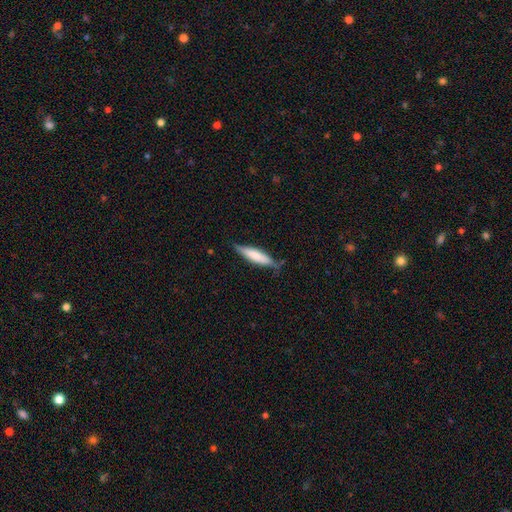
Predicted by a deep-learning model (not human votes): This is likely a smooth galaxy (67%). How rounded: likely cigar-shaped (75%). Merging: likely none (72%).